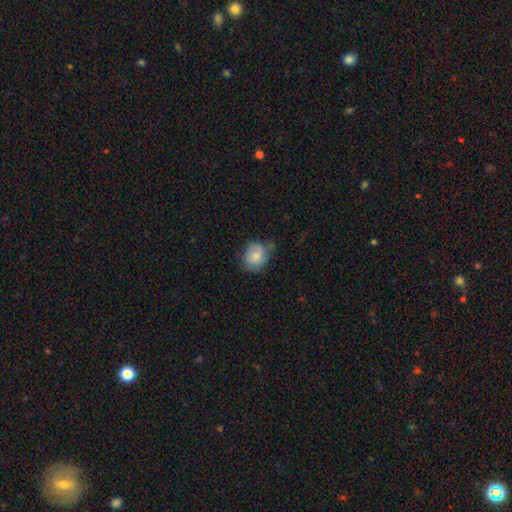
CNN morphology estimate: This appears to be a smooth galaxy with no disk features (70%) that is round (57%). Merging: none (48%).